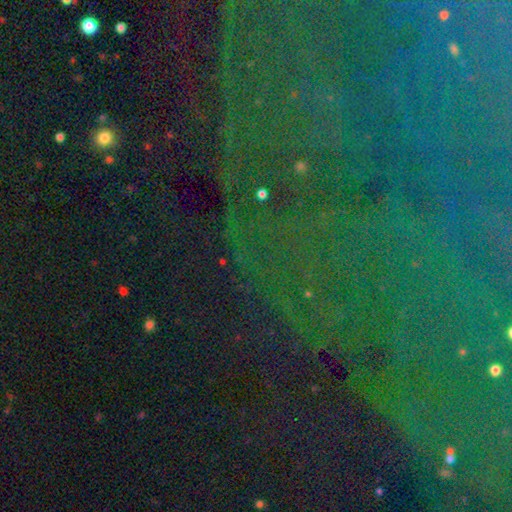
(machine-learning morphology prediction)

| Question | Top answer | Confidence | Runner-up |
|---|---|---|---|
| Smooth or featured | star or artifact | 85% | smooth (8%) |